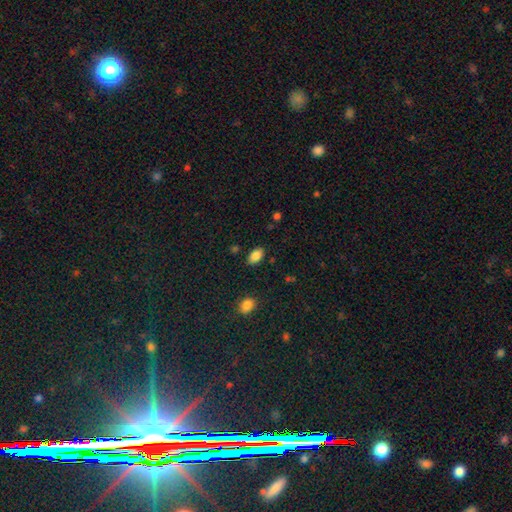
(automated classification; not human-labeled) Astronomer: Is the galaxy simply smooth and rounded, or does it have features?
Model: smooth — 86%.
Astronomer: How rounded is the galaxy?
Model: in between — 91%.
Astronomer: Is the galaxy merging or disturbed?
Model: none — 85%.